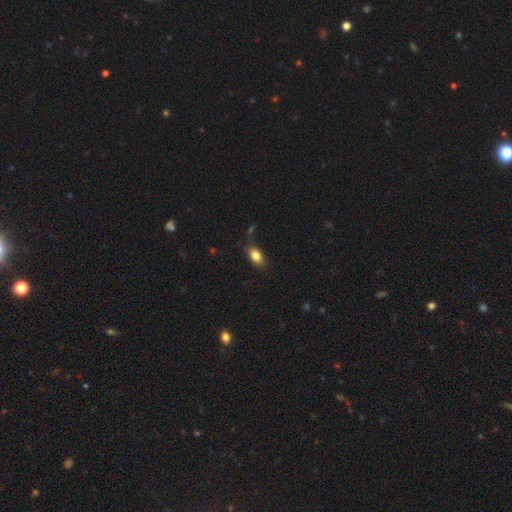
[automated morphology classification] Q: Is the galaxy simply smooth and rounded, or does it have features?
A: smooth — 83%.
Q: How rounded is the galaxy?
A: in between — 85%.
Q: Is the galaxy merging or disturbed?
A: none — 76%.